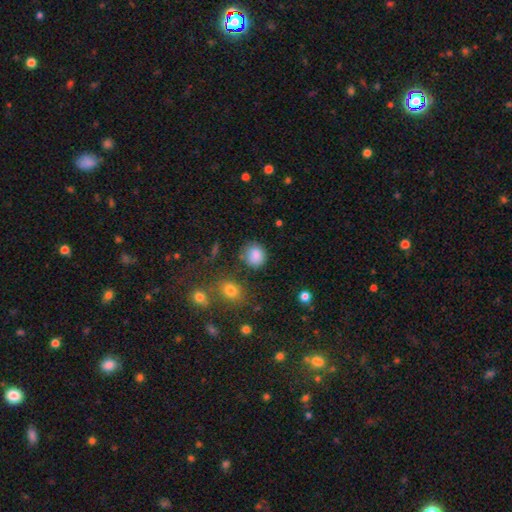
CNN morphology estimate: Overall: smooth (85%). How rounded: round (75%). Merging: none (72%).